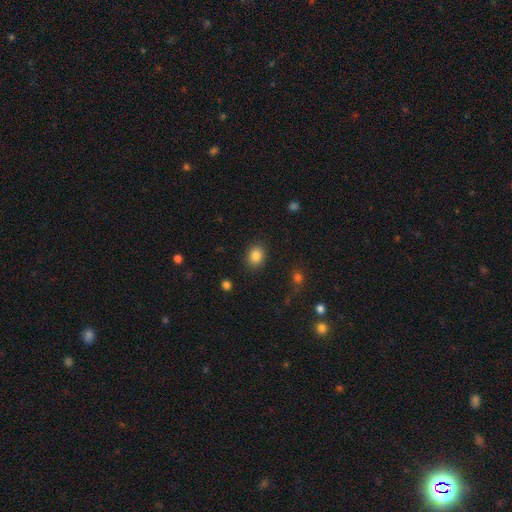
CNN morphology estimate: This appears to be a smooth galaxy with no disk features (85%) that is round (52%). Merging: none (87%).